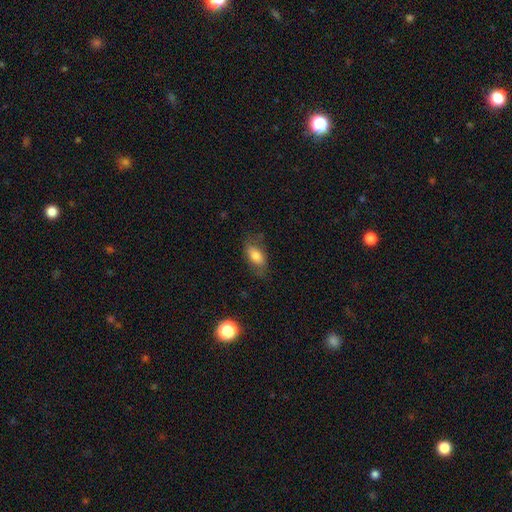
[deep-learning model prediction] This is likely a smooth galaxy (75%). How rounded: clearly in between (88%). Merging: likely none (69%).